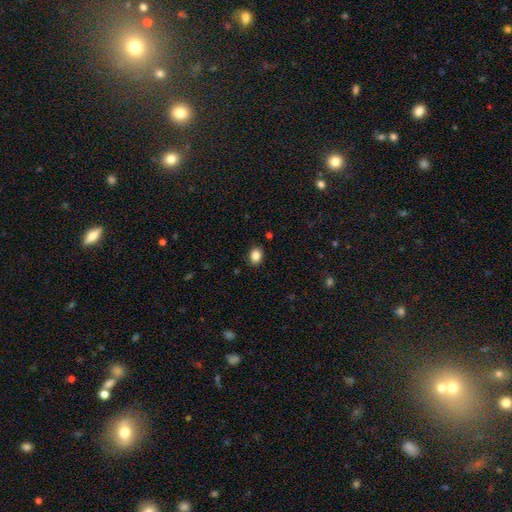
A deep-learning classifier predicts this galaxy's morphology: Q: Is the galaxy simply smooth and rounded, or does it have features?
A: smooth — 86%.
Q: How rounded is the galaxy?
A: in between — 58%.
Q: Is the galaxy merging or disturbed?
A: none — 89%.